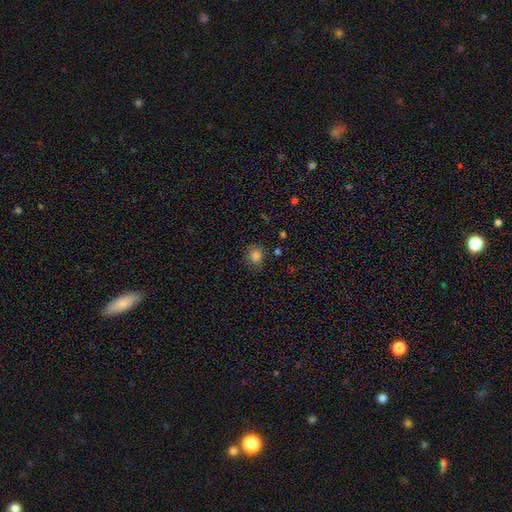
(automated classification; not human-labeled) This is clearly a smooth galaxy (82%). How rounded: clearly round (82%). Merging: clearly none (83%).